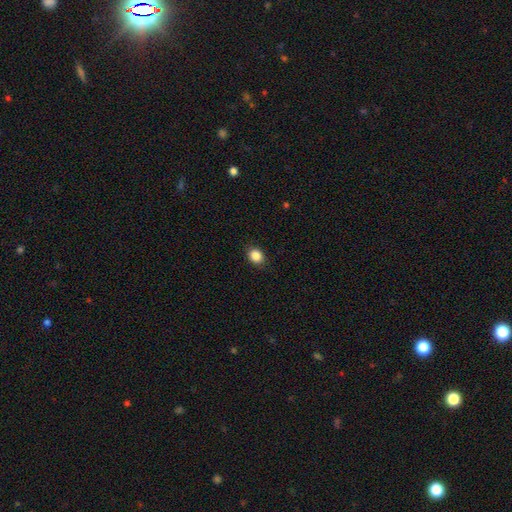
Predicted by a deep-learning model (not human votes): Smooth or featured? smooth (86%)
How rounded? round (55%)
Merging? none (88%)